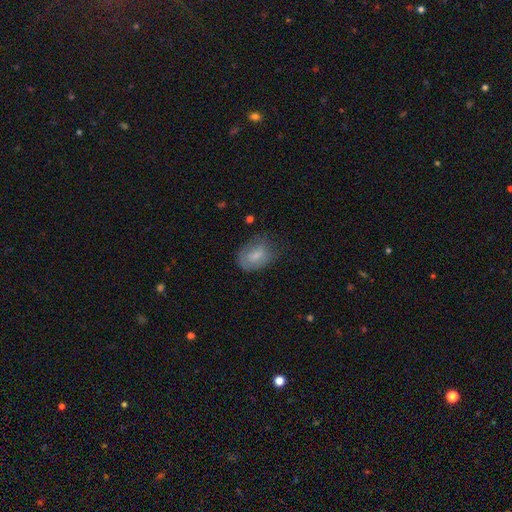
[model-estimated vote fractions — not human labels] A smooth galaxy with no disk features (72%) that is in between round and cigar-shaped (79%).

Vote fractions:
- Smooth or featured? smooth: 72% / featured or disk: 20% / star or artifact: 8%
- How rounded? in between: 79% / round: 20% / cigar-shaped: 2%
- Merging? none: 51% / minor disturbance: 32% / major disturbance: 16% / merger: 2%